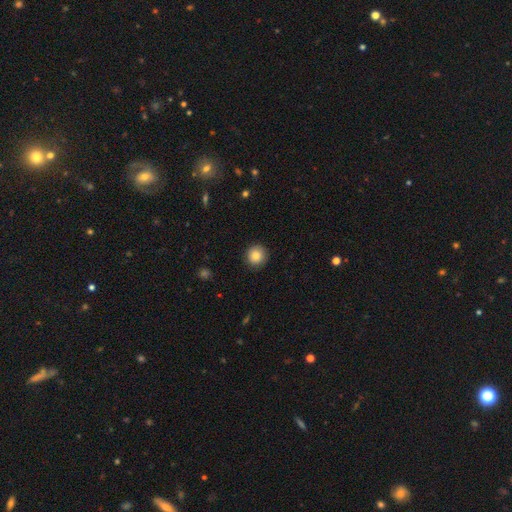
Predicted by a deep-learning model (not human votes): Smooth or featured?
  - smooth: 85% *
  - star or artifact: 9%
  - featured or disk: 6%
How rounded?
  - round: 94% *
  - in between: 5%
  - cigar-shaped: 1%
Merging?
  - none: 90% *
  - minor disturbance: 7%
  - major disturbance: 2%
  - merger: 1%